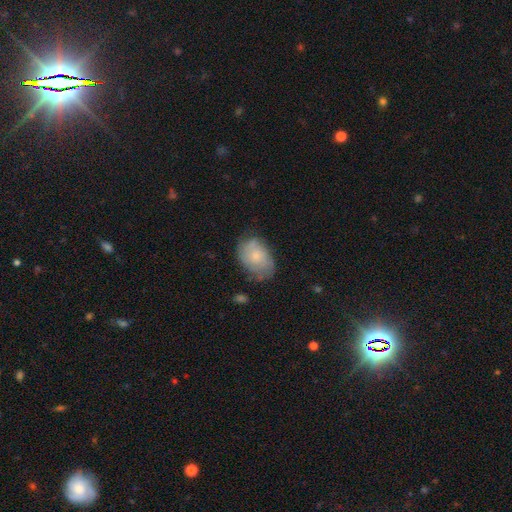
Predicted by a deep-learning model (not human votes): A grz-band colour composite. It shows a smooth galaxy with no disk features (59%) that is in between round and cigar-shaped (80%). Merging: none (57%).